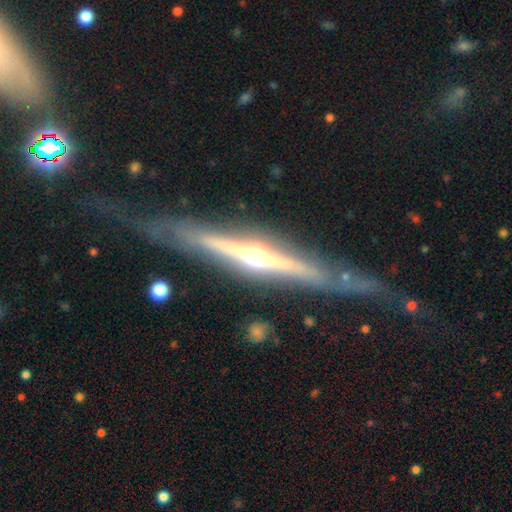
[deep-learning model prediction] Smooth or featured: featured or disk — 83% (smooth — 12%)
Edge-on disk: yes — 94% (no — 6%)
Edge-on bulge: rounded — 90% (none — 5%)
Merging: none — 72% (minor disturbance — 18%)